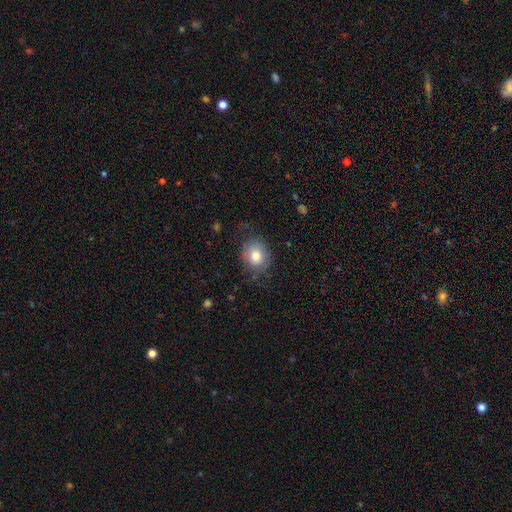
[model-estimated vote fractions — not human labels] Smooth or featured: smooth — 73% (featured or disk — 18%)
How rounded: round — 60% (in between — 39%)
Merging: none — 66% (minor disturbance — 21%)